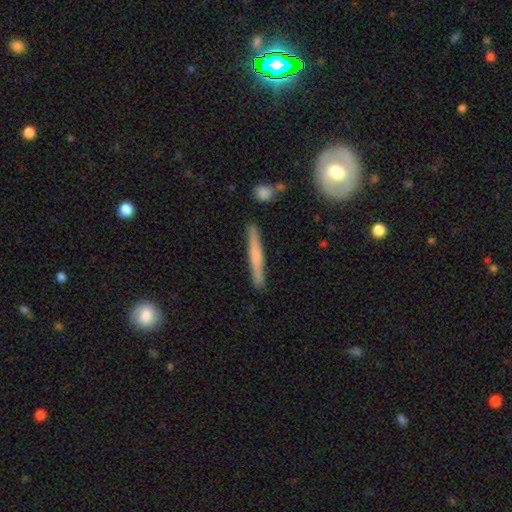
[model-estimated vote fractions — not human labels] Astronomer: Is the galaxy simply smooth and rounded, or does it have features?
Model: smooth — 47%, tied with featured or disk at 47%.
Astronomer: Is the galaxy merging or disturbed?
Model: none — 89%.